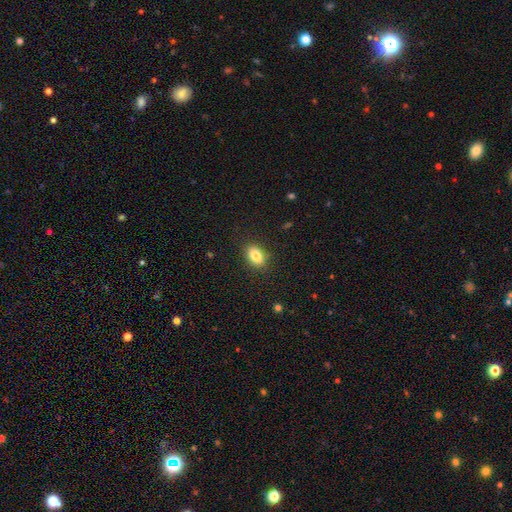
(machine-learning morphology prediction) smooth-or-featured: smooth: 85% | star or artifact: 9% | featured or disk: 7%
  how-rounded: in between: 85% | round: 13% | cigar-shaped: 2%
  merging: none: 87% | minor disturbance: 10% | major disturbance: 3% | merger: 1%